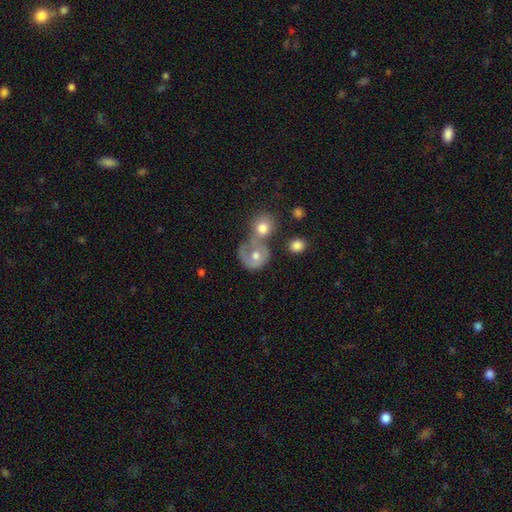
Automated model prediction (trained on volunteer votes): This appears to be a smooth galaxy with no disk features (52%) that is round (74%). Merging: merger (60%).